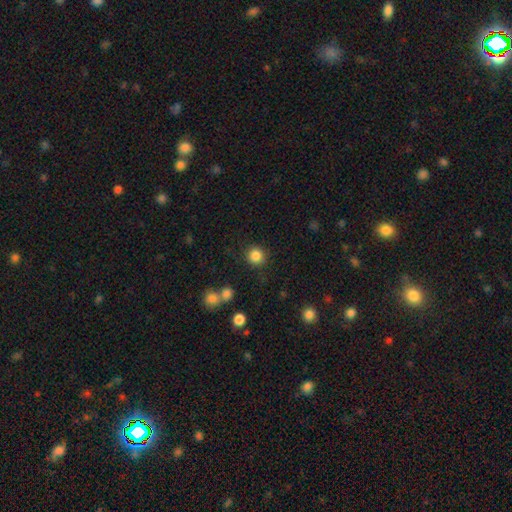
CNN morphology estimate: Smooth or featured? Predicted: smooth (p=0.85). How rounded? Predicted: round (p=0.92). Merging? Predicted: none (p=0.87).